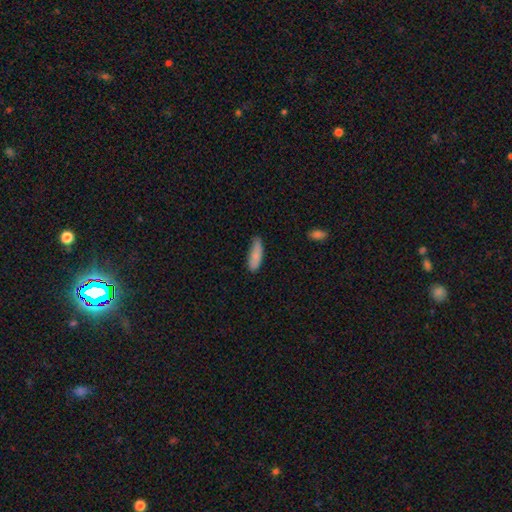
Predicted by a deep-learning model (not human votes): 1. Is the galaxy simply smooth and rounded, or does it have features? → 82% smooth, 11% featured or disk, 6% star or artifact.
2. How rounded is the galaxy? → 53% in between, 45% cigar-shaped, 2% round.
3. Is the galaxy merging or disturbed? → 67% none, 27% minor disturbance, 4% major disturbance, 2% merger.